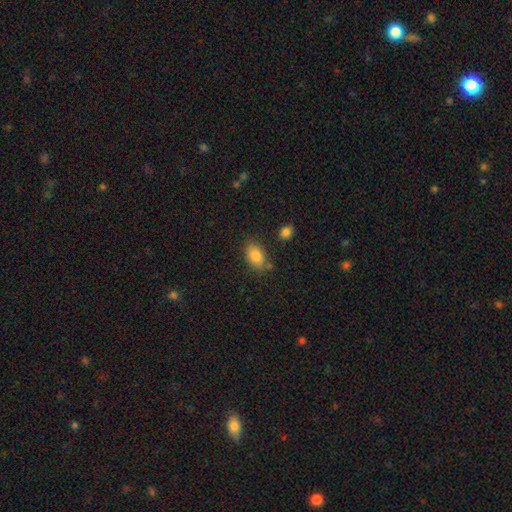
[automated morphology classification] smooth_or_featured: smooth (p=0.84) [alt: star or artifact p=0.08]
how_rounded: in between (p=0.88) [alt: round p=0.10]
merging: none (p=0.72) [alt: minor disturbance p=0.18]